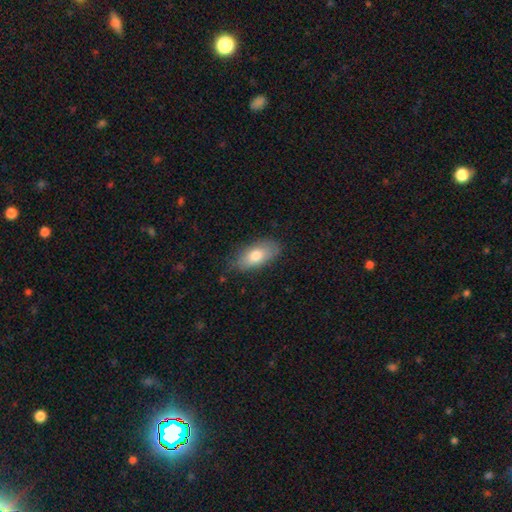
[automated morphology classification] Smooth or featured?
  - smooth: 77% *
  - featured or disk: 16%
  - star or artifact: 7%
How rounded?
  - in between: 89% *
  - cigar-shaped: 7%
  - round: 4%
Merging?
  - none: 75% *
  - minor disturbance: 20%
  - major disturbance: 4%
  - merger: 1%